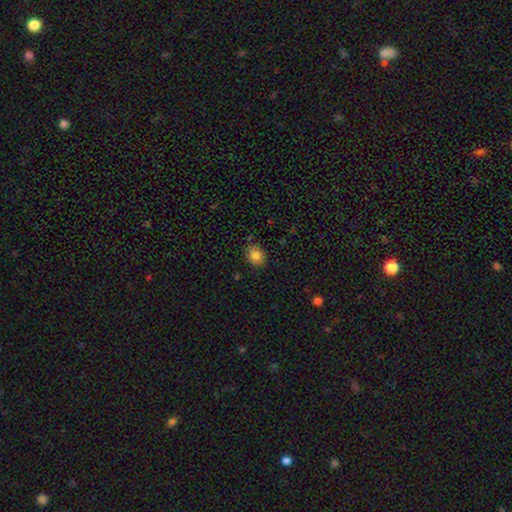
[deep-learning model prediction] This appears to be a smooth galaxy with no disk features (83%) that is round (74%). Merging: none (85%).